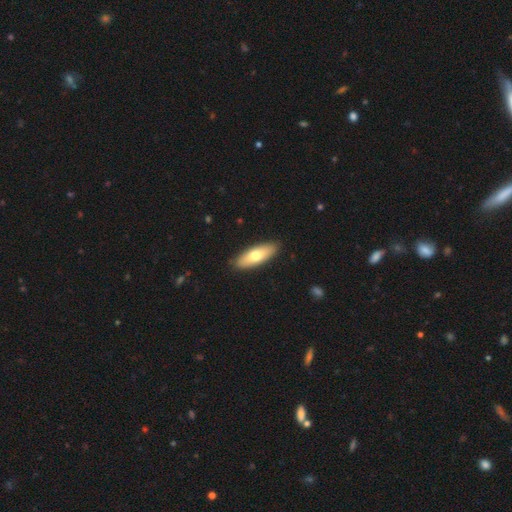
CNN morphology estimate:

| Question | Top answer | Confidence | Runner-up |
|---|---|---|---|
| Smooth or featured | smooth | 69% | featured or disk (26%) |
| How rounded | in between | 66% | cigar-shaped (31%) |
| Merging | none | 89% | minor disturbance (8%) |